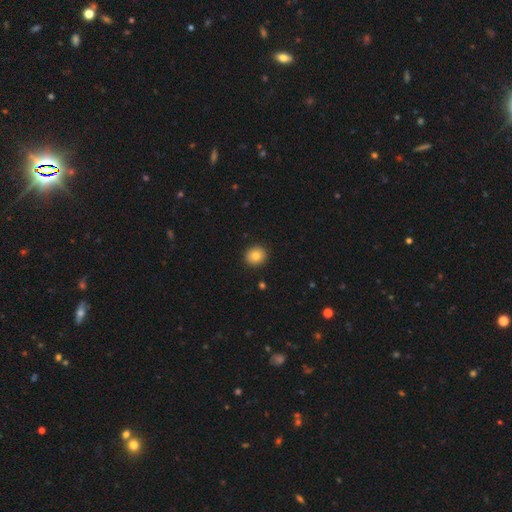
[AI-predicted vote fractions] The model was most divided on "smooth or featured": smooth: 82%, star or artifact: 10%, featured or disk: 9%. More confident: merging — none (92%); how rounded — round (87%).